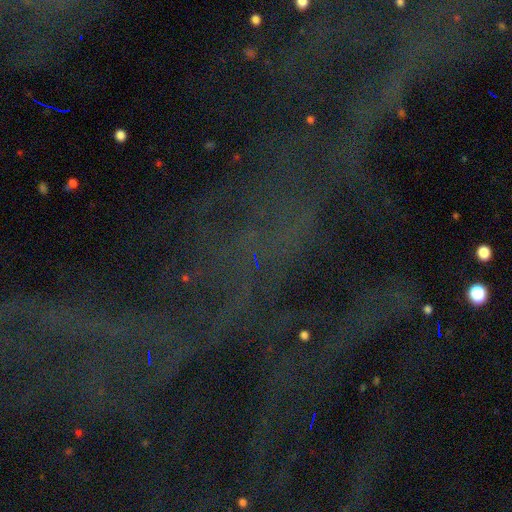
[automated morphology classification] star or artifact 79%, featured or disk 12%, smooth 10%.